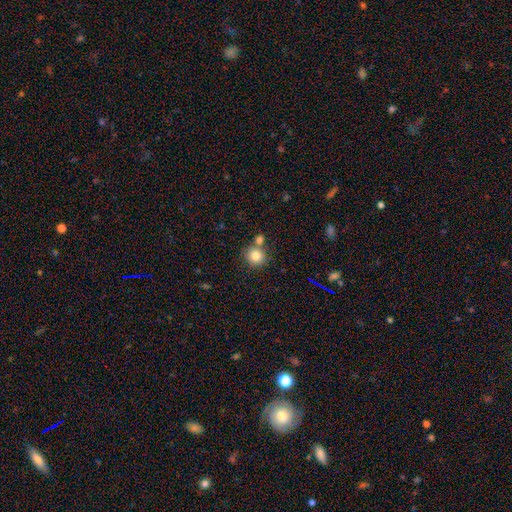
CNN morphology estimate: A smooth galaxy with no disk features (82%) that is round (88%).

Vote fractions:
- Smooth or featured? smooth: 82% / star or artifact: 10% / featured or disk: 8%
- How rounded? round: 88% / in between: 11% / cigar-shaped: 1%
- Merging? none: 65% / merger: 22% / minor disturbance: 10% / major disturbance: 3%